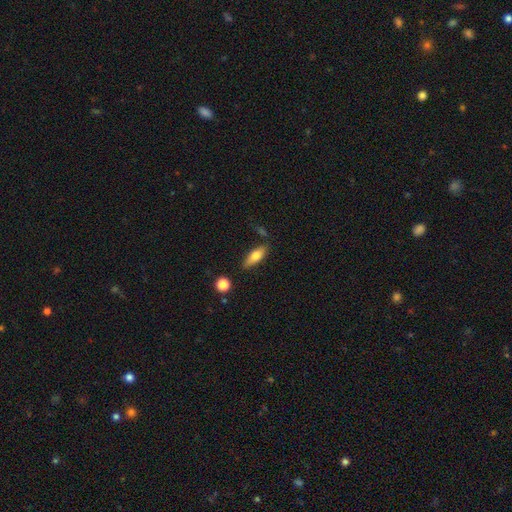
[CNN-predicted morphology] Smooth or featured?
  - smooth: 70% *
  - featured or disk: 23%
  - star or artifact: 7%
How rounded?
  - in between: 64% *
  - cigar-shaped: 33%
  - round: 3%
Merging?
  - none: 77% *
  - minor disturbance: 15%
  - merger: 4%
  - major disturbance: 3%